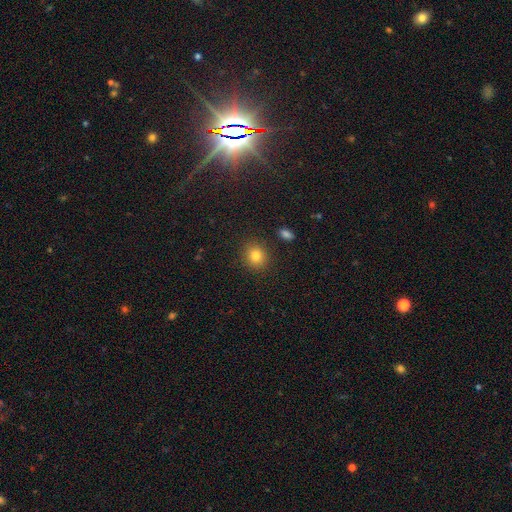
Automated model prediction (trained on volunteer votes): Smooth or featured? Predicted: smooth (p=0.82). How rounded? Predicted: round (p=0.77). Merging? Predicted: none (p=0.88).